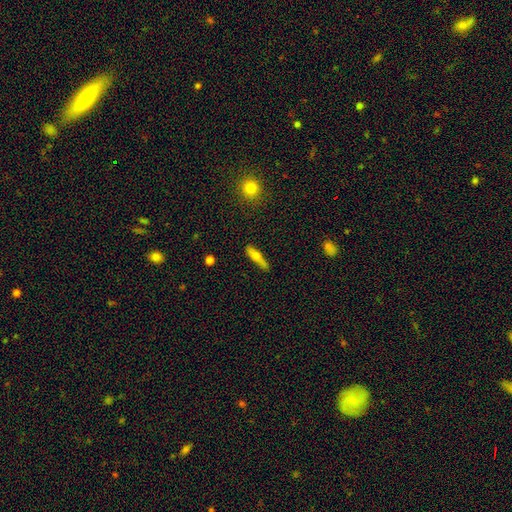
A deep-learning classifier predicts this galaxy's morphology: Q: Smooth or featured?
A: smooth (60%); runner-up: featured or disk (33%)
Q: How rounded?
A: cigar-shaped (82%); runner-up: in between (16%)
Q: Merging?
A: none (78%); runner-up: minor disturbance (16%)